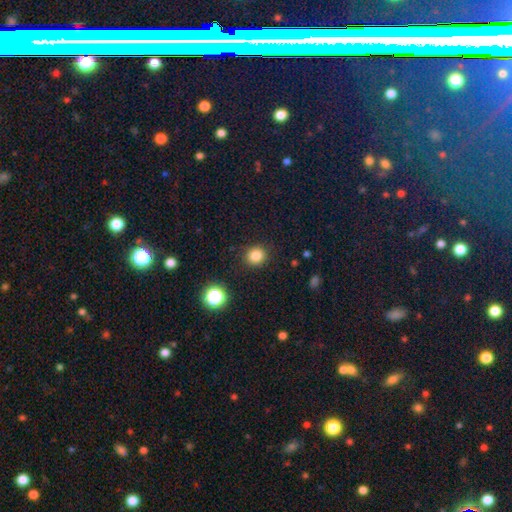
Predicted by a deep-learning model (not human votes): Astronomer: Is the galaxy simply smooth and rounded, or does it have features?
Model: smooth — 82%.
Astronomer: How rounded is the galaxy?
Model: round — 85%.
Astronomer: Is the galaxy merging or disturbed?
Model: none — 89%.